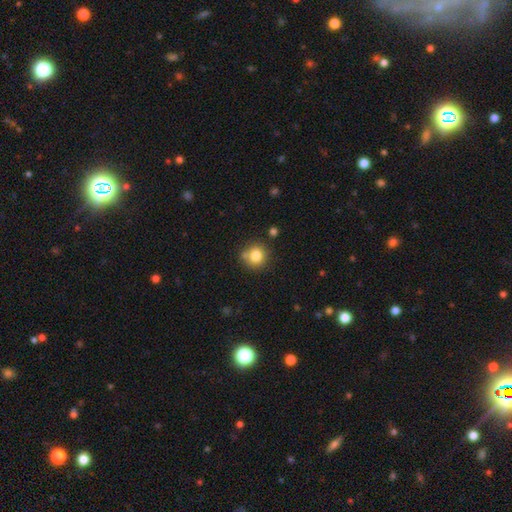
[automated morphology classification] Smooth or featured? Predicted: smooth (p=0.81). How rounded? Predicted: round (p=0.91). Merging? Predicted: none (p=0.74).